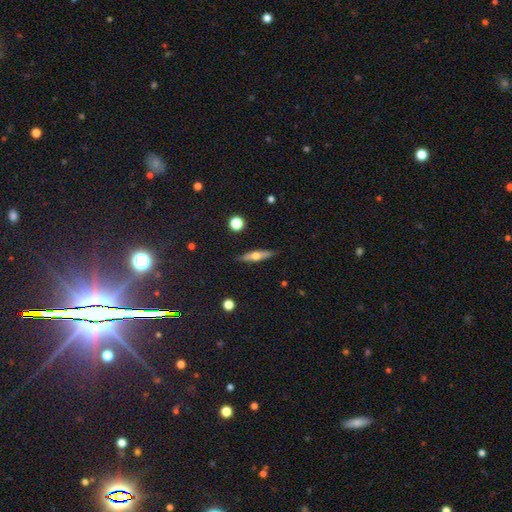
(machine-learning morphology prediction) type=featured or disk (51%); edge-on=yes (93%); merging=none (89%).